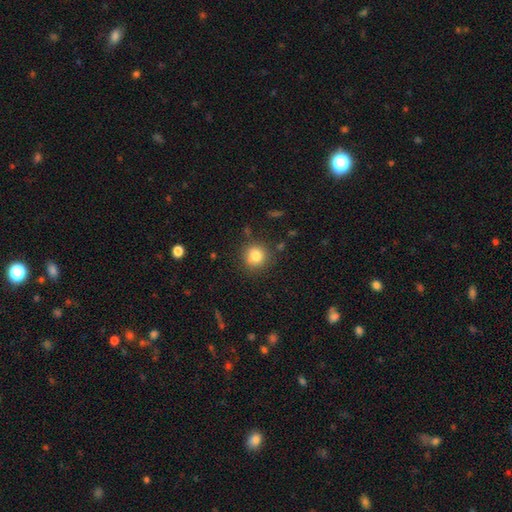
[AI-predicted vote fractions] Smooth or featured: smooth — 82% (star or artifact — 11%)
How rounded: round — 91% (in between — 8%)
Merging: none — 83% (minor disturbance — 10%)